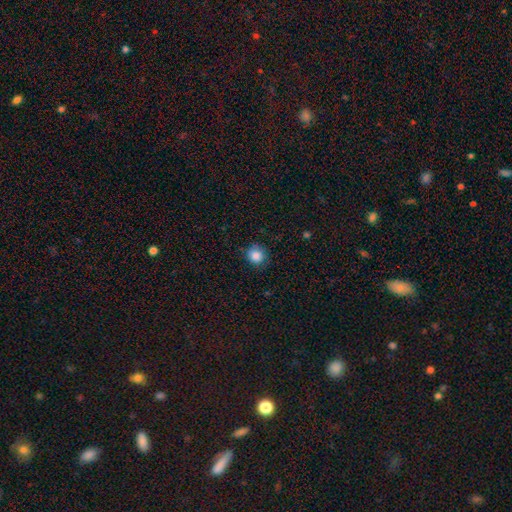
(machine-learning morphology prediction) This is clearly a smooth galaxy (85%). How rounded: clearly round (86%). Merging: likely none (79%).